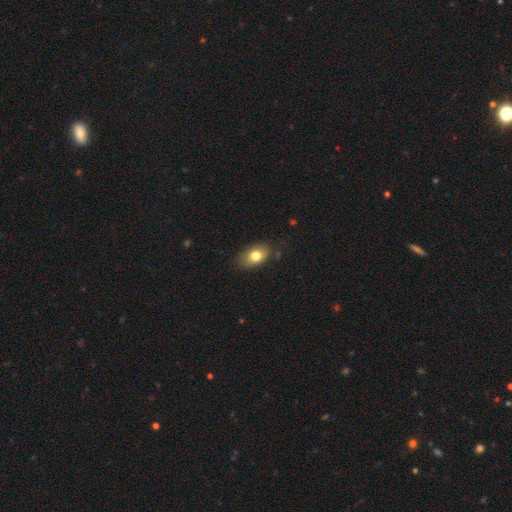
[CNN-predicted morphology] smooth 78%, featured or disk 14%, star or artifact 8%. Down the decision tree: how rounded — in between (85%); merging — none (77%).